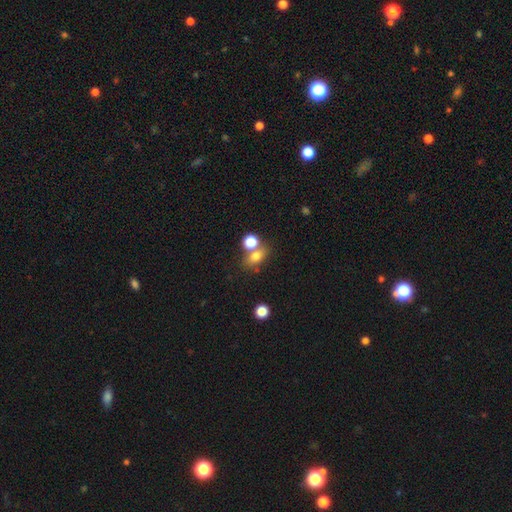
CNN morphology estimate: Overall: smooth (76%). How rounded: in between (65%; round 31%). Merging: none (53%; merger 31%).